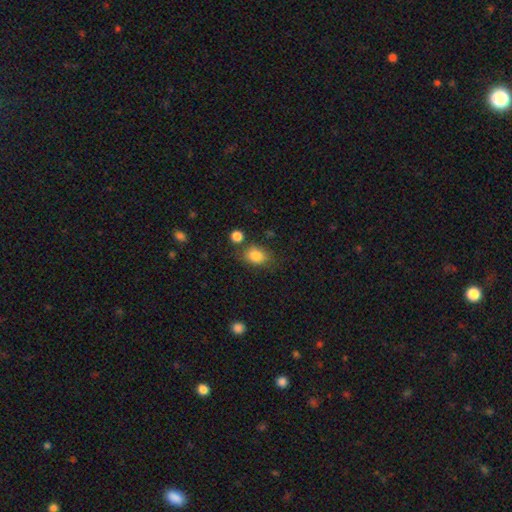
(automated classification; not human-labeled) Q: Smooth or featured?
A: smooth (83%); runner-up: star or artifact (10%)
Q: How rounded?
A: in between (69%); runner-up: round (30%)
Q: Merging?
A: none (69%); runner-up: minor disturbance (17%)